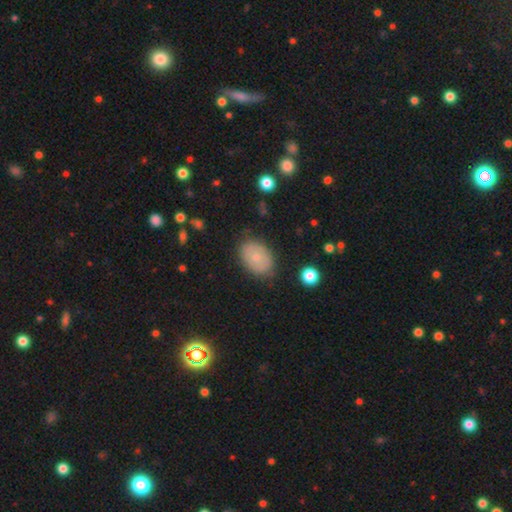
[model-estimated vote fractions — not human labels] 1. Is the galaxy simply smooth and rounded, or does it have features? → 67% smooth, 25% featured or disk, 8% star or artifact.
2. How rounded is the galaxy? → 80% in between, 19% round, 1% cigar-shaped.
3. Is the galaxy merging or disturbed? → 79% none, 16% minor disturbance, 4% major disturbance, 2% merger.